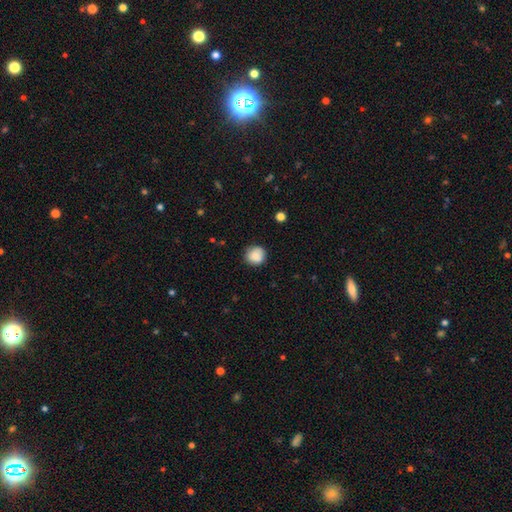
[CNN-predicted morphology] Smooth or featured: smooth — 86% (star or artifact — 8%)
How rounded: round — 91% (in between — 8%)
Merging: none — 82% (minor disturbance — 14%)